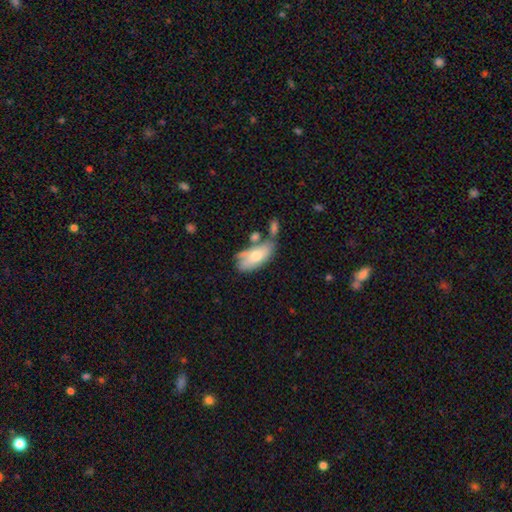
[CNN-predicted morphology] smooth 61%, featured or disk 32%, star or artifact 7%. Down the decision tree: how rounded — in between (86%); merging — none (42%).